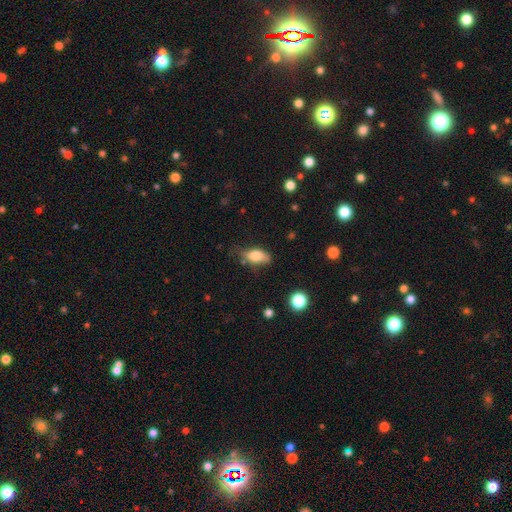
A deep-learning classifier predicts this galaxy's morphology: Overall: smooth (75%). How rounded: in between (85%). Merging: none (56%; minor disturbance 32%).